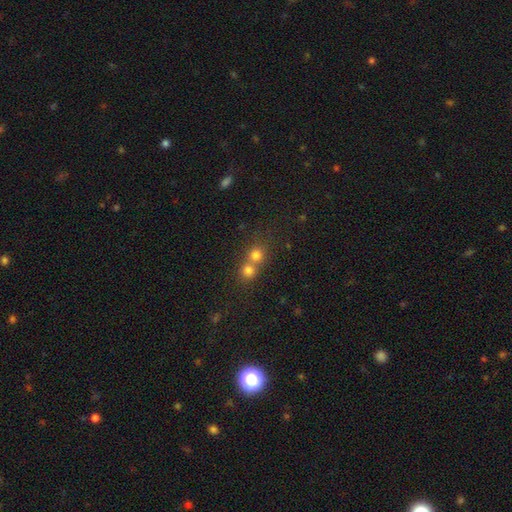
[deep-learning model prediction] Overall: smooth (71%). How rounded: round (86%). Merging: merger (56%; none 38%).